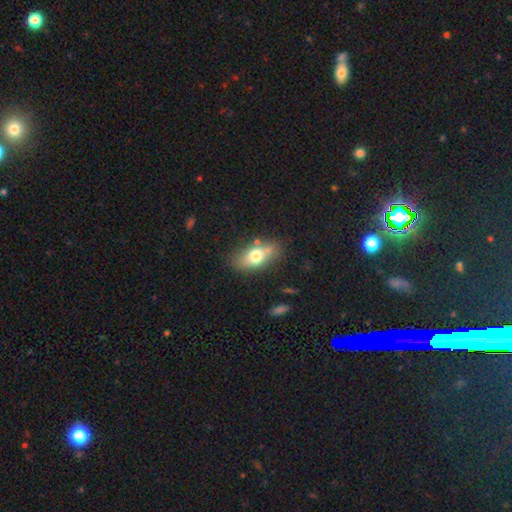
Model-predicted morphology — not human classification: This is likely a smooth galaxy (70%). How rounded: clearly in between (85%). Merging: likely none (70%).